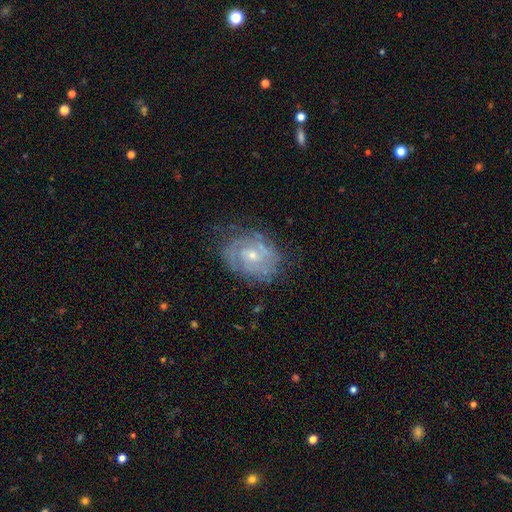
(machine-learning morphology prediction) type=featured or disk (73%); edge-on=no (97%); bar=no (61%); spiral arms=yes (85%); winding=tight (62%); arm count=can't tell (43%); bulge=small (52%); merging=none (72%).